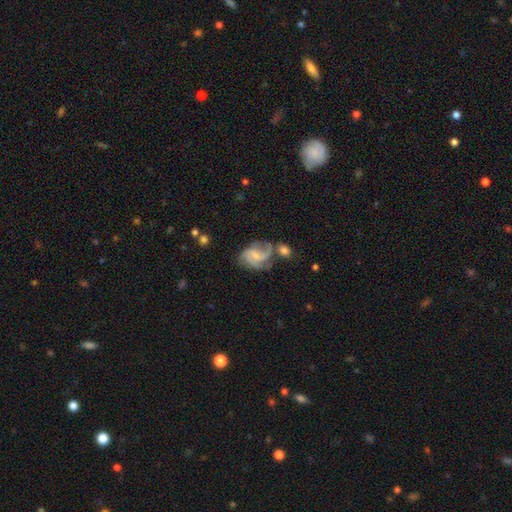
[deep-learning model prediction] Smooth or featured? featured or disk (77%)
Edge-on disk? no (98%)
Bar? weak (51%)
Spiral arms? yes (93%)
Spiral winding? medium (50%)
Spiral arm count? 2 (48%)
Bulge size? small (46%)
Merging? none (43%)